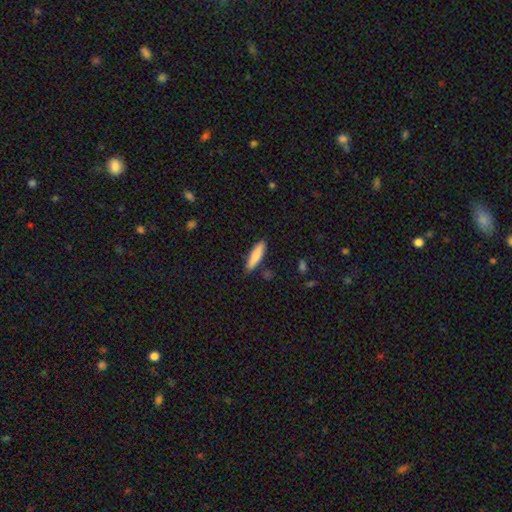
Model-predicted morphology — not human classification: Q: Smooth or featured?
A: smooth (81%); runner-up: featured or disk (13%)
Q: How rounded?
A: cigar-shaped (75%); runner-up: in between (24%)
Q: Merging?
A: none (84%); runner-up: minor disturbance (11%)